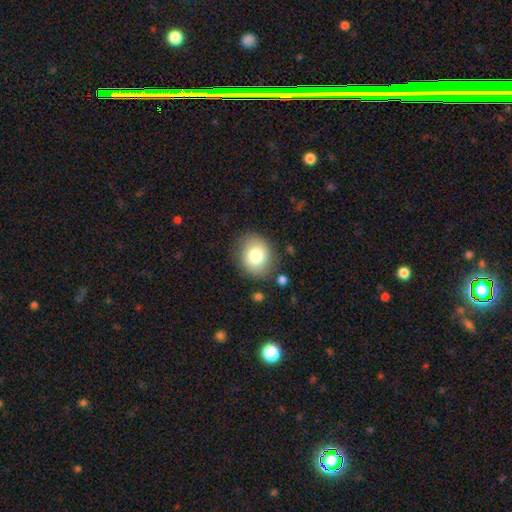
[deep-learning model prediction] Smooth or featured: smooth — 78% (featured or disk — 13%)
How rounded: round — 62% (in between — 38%)
Merging: none — 82% (minor disturbance — 12%)